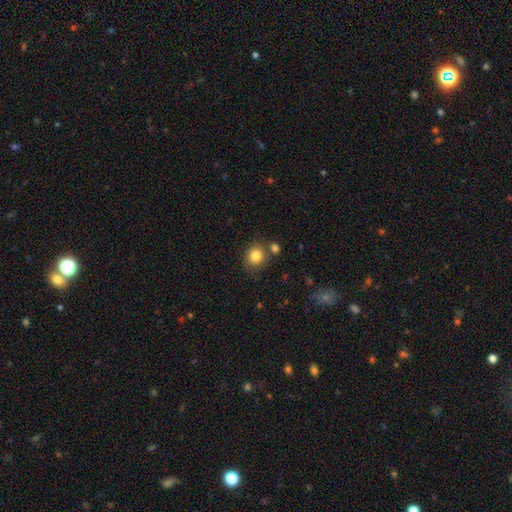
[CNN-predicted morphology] The model was most divided on "how rounded": round: 76%, in between: 23%, cigar-shaped: 1%. More confident: smooth or featured — smooth (83%); merging — none (73%).